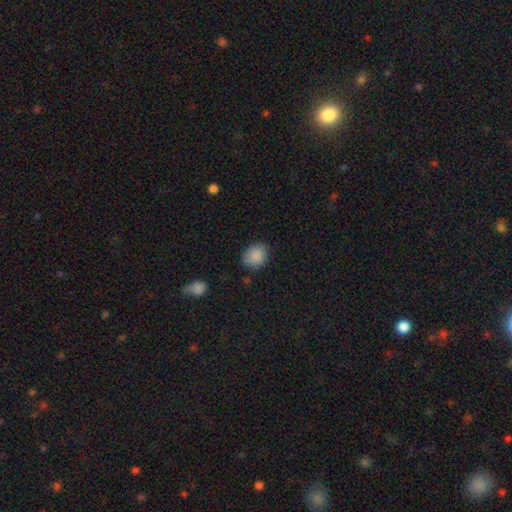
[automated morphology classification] A smooth galaxy with no disk features (88%) that is round (50%).

Vote fractions:
- Smooth or featured? smooth: 88% / star or artifact: 8% / featured or disk: 4%
- How rounded? round: 50% / in between: 49% / cigar-shaped: 1%
- Merging? none: 78% / minor disturbance: 17% / major disturbance: 4% / merger: 2%